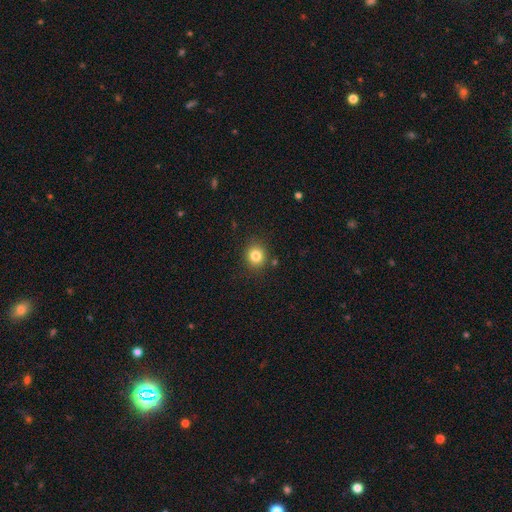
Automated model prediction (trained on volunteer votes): smooth-or-featured: smooth: 82% | star or artifact: 12% | featured or disk: 6%
  how-rounded: round: 80% | in between: 19% | cigar-shaped: 1%
  merging: none: 87% | minor disturbance: 8% | merger: 2% | major disturbance: 2%